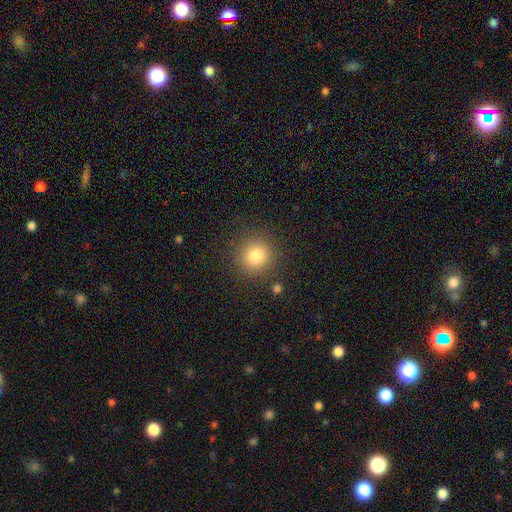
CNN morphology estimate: A smooth galaxy with no disk features (82%) that is round (92%). Merging: none (88%).